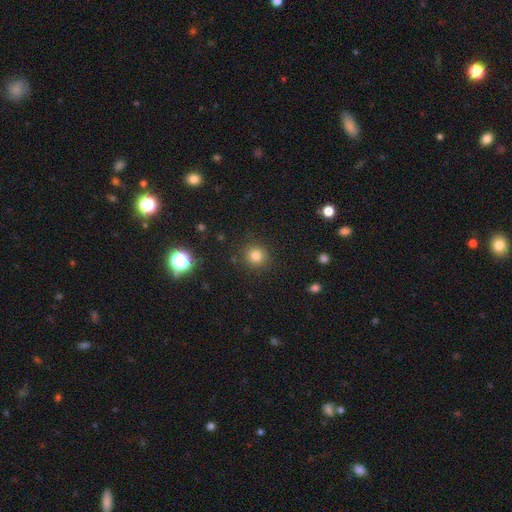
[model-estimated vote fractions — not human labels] A smooth galaxy with no disk features (79%) that is round (92%).

Vote fractions:
- Smooth or featured? smooth: 79% / star or artifact: 15% / featured or disk: 6%
- How rounded? round: 92% / in between: 7% / cigar-shaped: 1%
- Merging? none: 89% / minor disturbance: 7% / major disturbance: 3% / merger: 2%